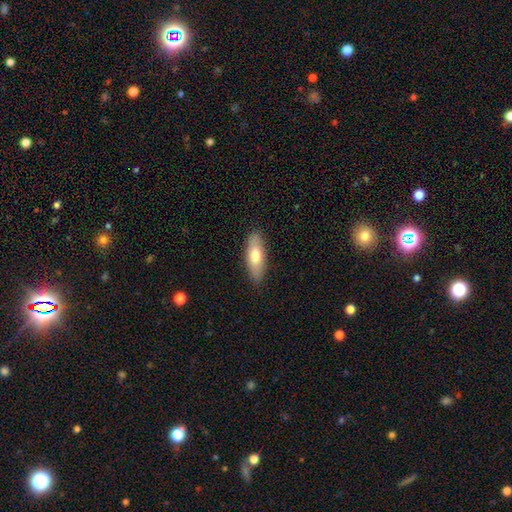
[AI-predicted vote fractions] smooth_or_featured: smooth (p=0.70) [alt: featured or disk p=0.24]
how_rounded: in between (p=0.70) [alt: cigar-shaped p=0.27]
merging: none (p=0.87) [alt: minor disturbance p=0.10]